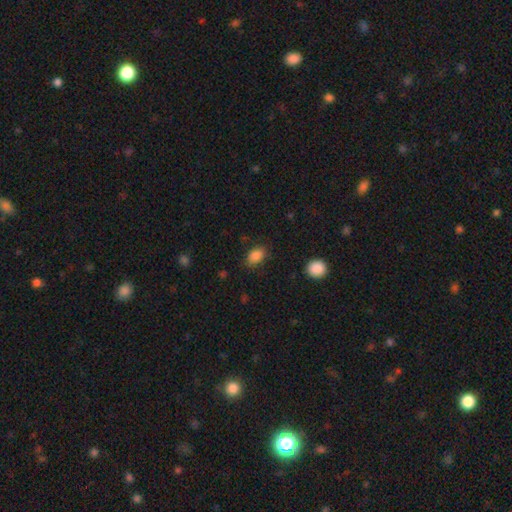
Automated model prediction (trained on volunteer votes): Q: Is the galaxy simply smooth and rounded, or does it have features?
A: smooth — 87%.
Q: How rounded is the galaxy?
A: in between — 84%.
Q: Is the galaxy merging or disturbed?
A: none — 80%.